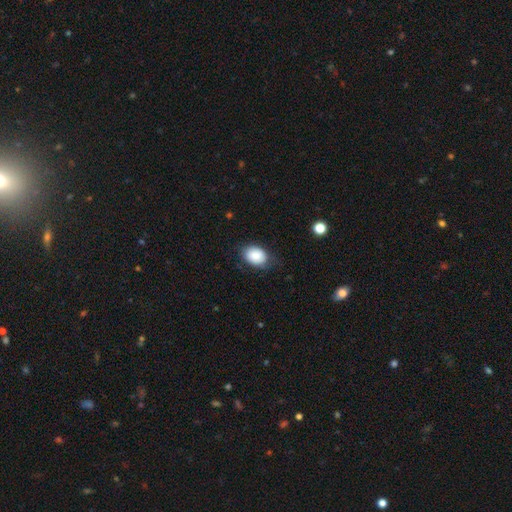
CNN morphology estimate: Smooth or featured? smooth (85%)
How rounded? in between (73%)
Merging? none (72%)